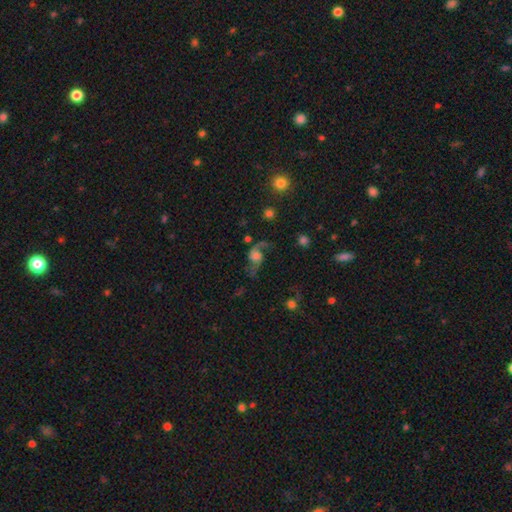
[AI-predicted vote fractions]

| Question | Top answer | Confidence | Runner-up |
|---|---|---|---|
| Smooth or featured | featured or disk | 72% | smooth (16%) |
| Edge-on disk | no | 96% | yes (4%) |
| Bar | no | 64% | weak (29%) |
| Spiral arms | yes | 91% | no (9%) |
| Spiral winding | loose | 82% | medium (15%) |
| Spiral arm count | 2 | 83% | 1 (11%) |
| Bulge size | large | 32% | moderate (29%) |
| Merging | none | 51% | major disturbance (27%) |